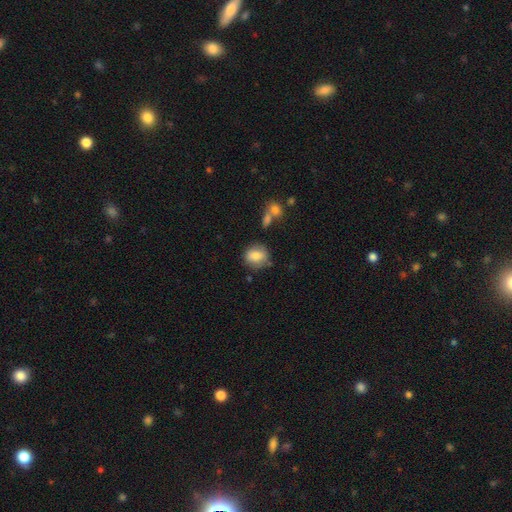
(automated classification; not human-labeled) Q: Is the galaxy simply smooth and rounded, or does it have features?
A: smooth — 79%.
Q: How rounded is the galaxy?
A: round — 67%.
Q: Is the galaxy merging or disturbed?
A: none — 73%.